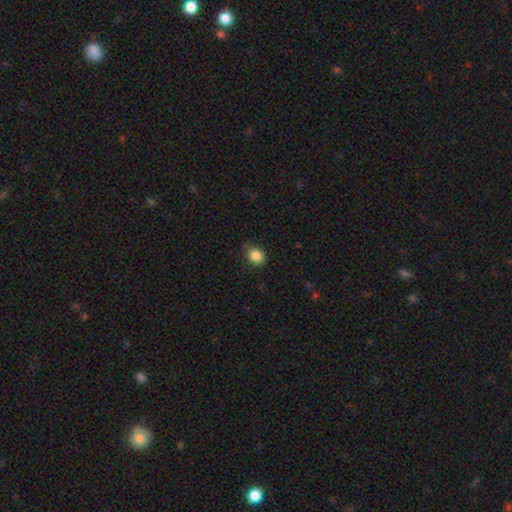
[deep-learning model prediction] Smooth or featured: smooth — 86% (star or artifact — 10%)
How rounded: round — 51% (in between — 48%)
Merging: none — 76% (minor disturbance — 19%)